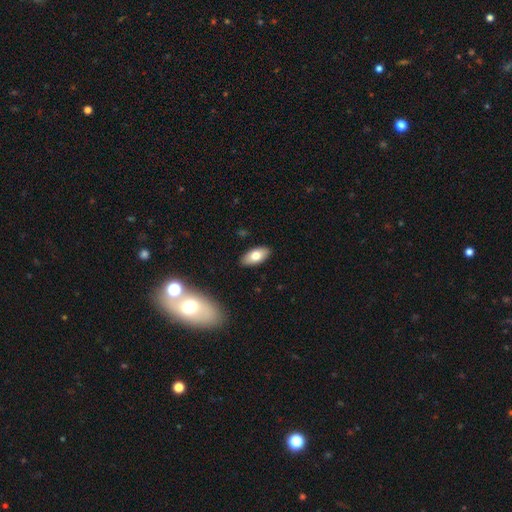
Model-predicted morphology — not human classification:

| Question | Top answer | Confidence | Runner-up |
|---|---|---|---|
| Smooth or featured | smooth | 75% | featured or disk (18%) |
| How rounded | in between | 91% | cigar-shaped (6%) |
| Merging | none | 88% | minor disturbance (9%) |